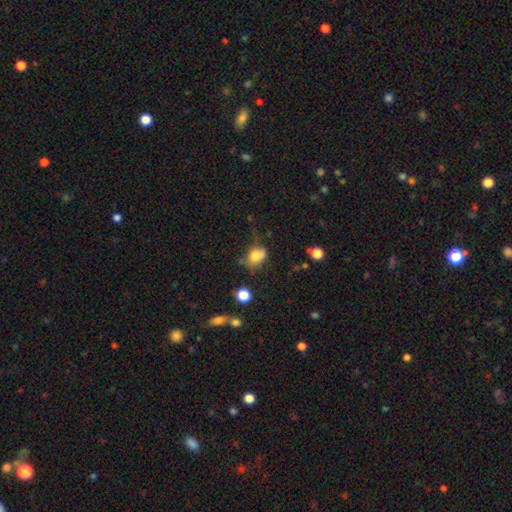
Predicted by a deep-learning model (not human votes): Smooth or featured: smooth — 72% (featured or disk — 16%)
How rounded: in between — 62% (round — 37%)
Merging: none — 37% (minor disturbance — 33%)